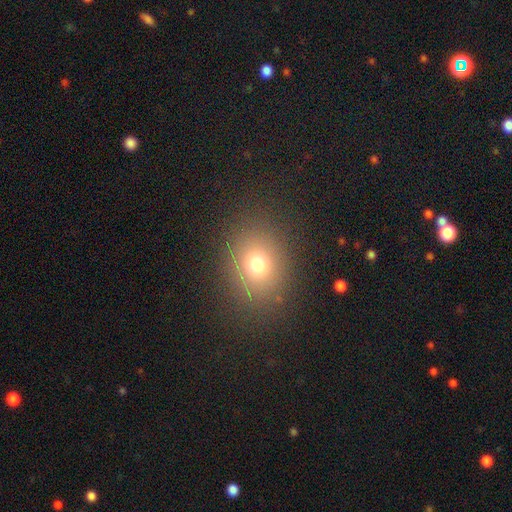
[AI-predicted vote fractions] Smooth or featured? smooth (66%)
How rounded? round (57%)
Merging? none (91%)